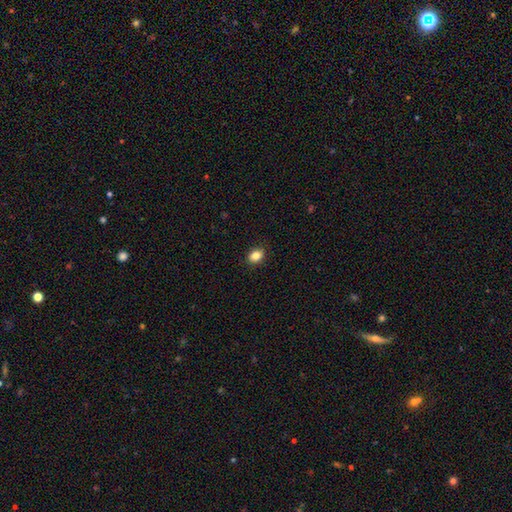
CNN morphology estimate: smooth 84%, star or artifact 9%, featured or disk 6%. Down the decision tree: how rounded — in between (67%); merging — none (89%).